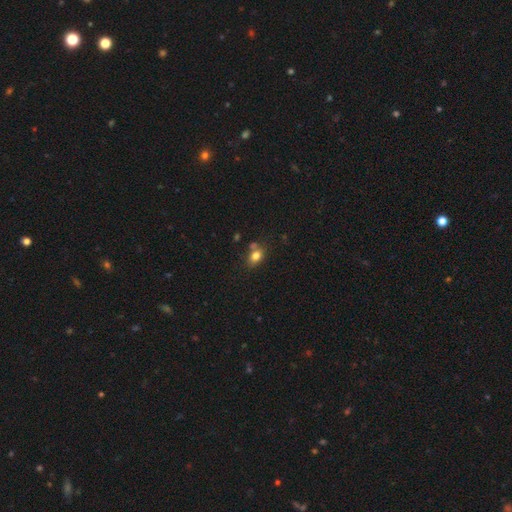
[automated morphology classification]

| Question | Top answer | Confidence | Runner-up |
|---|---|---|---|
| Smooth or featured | smooth | 80% | star or artifact (11%) |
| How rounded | in between | 71% | round (27%) |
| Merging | none | 59% | merger (19%) |